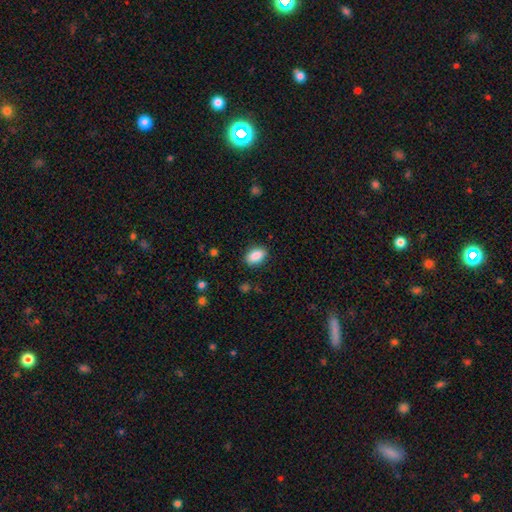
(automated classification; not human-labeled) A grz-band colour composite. It shows a smooth galaxy with no disk features (88%) that is in between round and cigar-shaped (89%). Merging: none (87%).